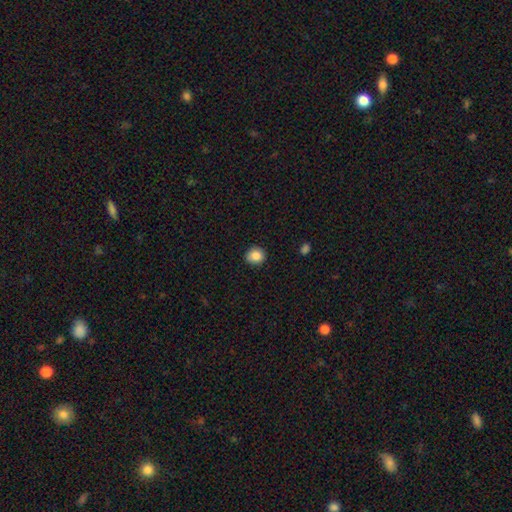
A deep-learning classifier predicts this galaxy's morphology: smooth-or-featured: smooth: 86% | star or artifact: 10% | featured or disk: 5%
  how-rounded: round: 82% | in between: 17% | cigar-shaped: 1%
  merging: none: 87% | minor disturbance: 10% | major disturbance: 2% | merger: 1%